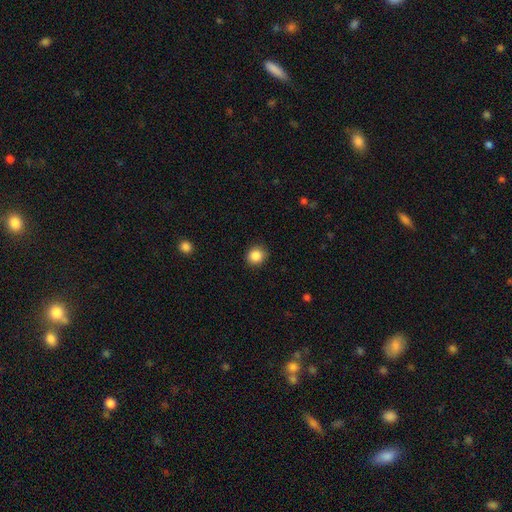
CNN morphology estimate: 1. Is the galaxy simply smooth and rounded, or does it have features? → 87% smooth, 10% star or artifact, 4% featured or disk.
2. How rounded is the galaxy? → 85% round, 14% in between, 1% cigar-shaped.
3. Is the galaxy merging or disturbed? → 89% none, 8% minor disturbance, 2% major disturbance, 1% merger.